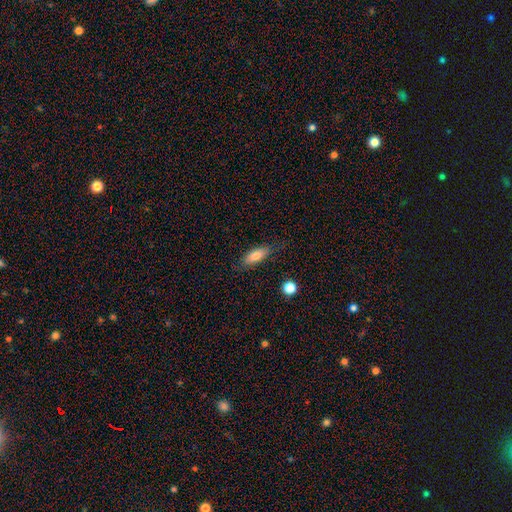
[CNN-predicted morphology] This appears to be a smooth galaxy with no disk features (78%) that is in between round and cigar-shaped (69%). Merging: none (76%).